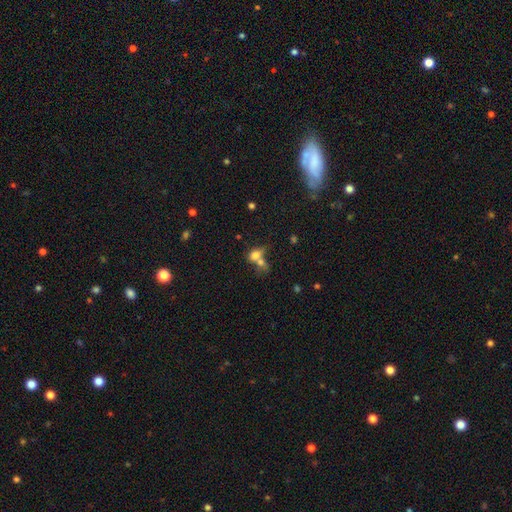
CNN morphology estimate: smooth-or-featured: smooth: 72% | featured or disk: 16% | star or artifact: 12%
  how-rounded: in between: 67% | round: 29% | cigar-shaped: 4%
  merging: merger: 62% | none: 22% | minor disturbance: 9% | major disturbance: 7%